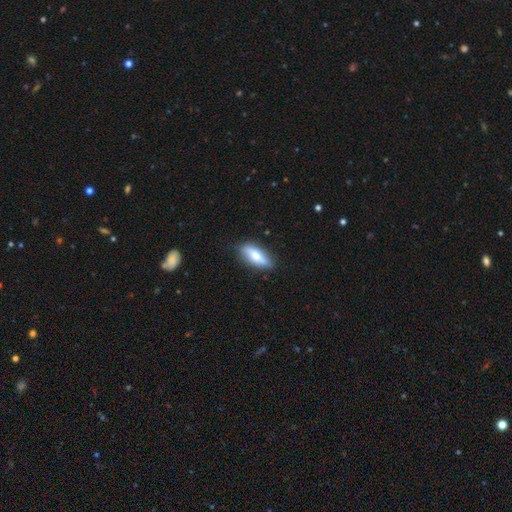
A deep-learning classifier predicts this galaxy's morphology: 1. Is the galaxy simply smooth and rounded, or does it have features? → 60% smooth, 34% featured or disk, 6% star or artifact.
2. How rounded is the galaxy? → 58% in between, 39% cigar-shaped, 3% round.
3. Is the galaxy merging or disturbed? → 81% none, 15% minor disturbance, 3% major disturbance, 1% merger.